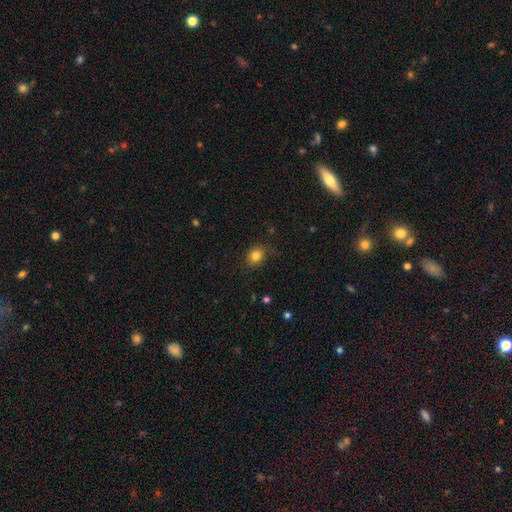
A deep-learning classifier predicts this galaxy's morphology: smooth-or-featured: smooth: 81% | star or artifact: 12% | featured or disk: 7%
  how-rounded: round: 66% | in between: 33% | cigar-shaped: 1%
  merging: none: 78% | minor disturbance: 16% | major disturbance: 4% | merger: 1%